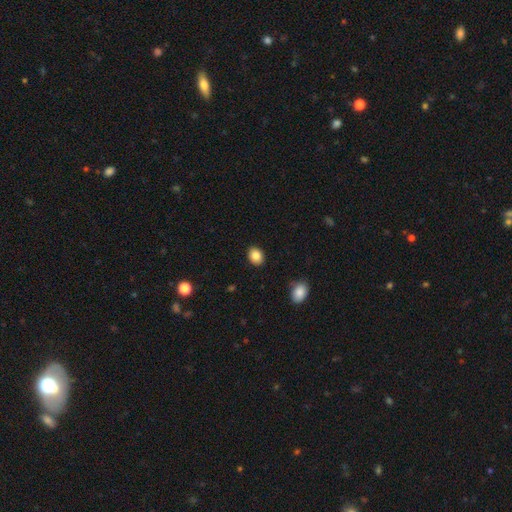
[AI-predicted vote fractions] smooth_or_featured: smooth (p=0.86) [alt: star or artifact p=0.09]
how_rounded: in between (p=0.53) [alt: round p=0.46]
merging: none (p=0.90) [alt: minor disturbance p=0.07]